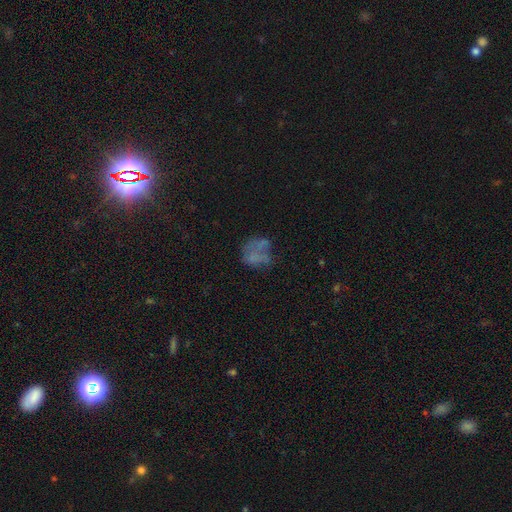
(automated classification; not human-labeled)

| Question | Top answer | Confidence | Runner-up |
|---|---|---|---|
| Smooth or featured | smooth | 47% | featured or disk (37%) |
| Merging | none | 44% | major disturbance (26%) |